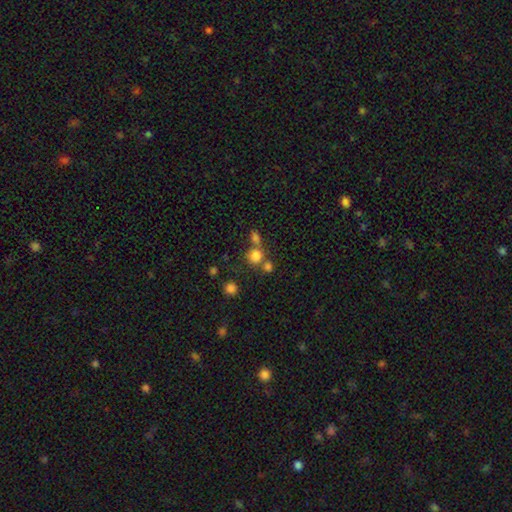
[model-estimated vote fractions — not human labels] smooth_or_featured: smooth (p=0.77) [alt: star or artifact p=0.15]
how_rounded: round (p=0.84) [alt: in between p=0.15]
merging: none (p=0.54) [alt: merger p=0.33]